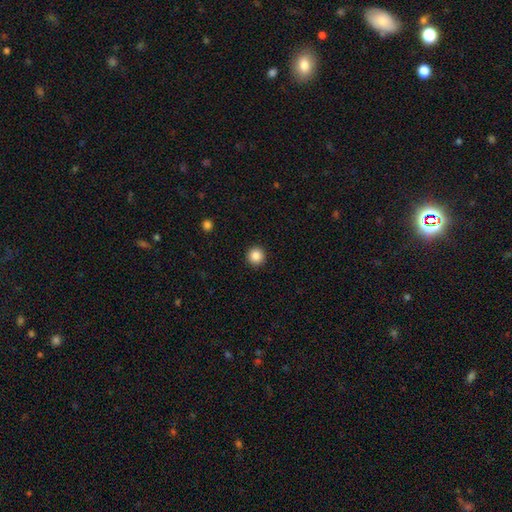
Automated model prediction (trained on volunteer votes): Smooth or featured? smooth (86%)
How rounded? round (96%)
Merging? none (93%)